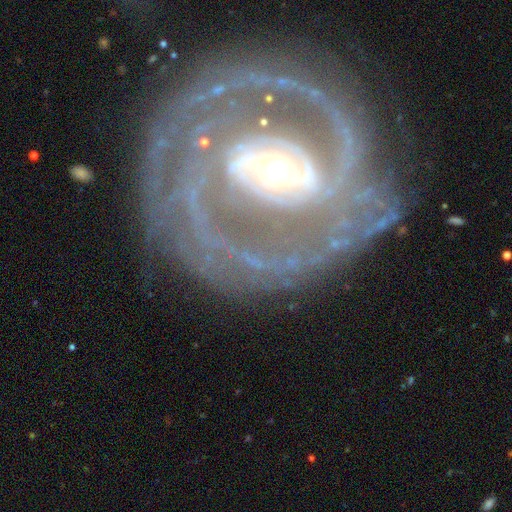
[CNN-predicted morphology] featured or disk 91%, star or artifact 4%, smooth 4%. Down the decision tree: edge-on disk — no (97%); bar — strong (41%); spiral arms — yes (96%); spiral arm count — 2 (63%); spiral winding — tight (59%); bulge size — moderate (60%); merging — none (77%).